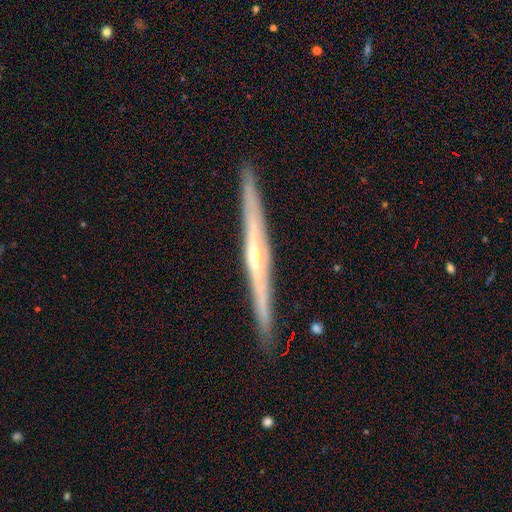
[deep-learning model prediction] A featured or disk galaxy (80%) viewed edge-on (98%) with a rounded central bulge (68%).

Vote fractions:
- Smooth or featured? featured or disk: 80% / smooth: 14% / star or artifact: 6%
- Edge-on disk? yes: 98% / no: 2%
- Edge-on bulge? rounded: 68% / none: 27% / boxy: 5%
- Merging? none: 92% / minor disturbance: 6% / major disturbance: 1% / merger: 1%